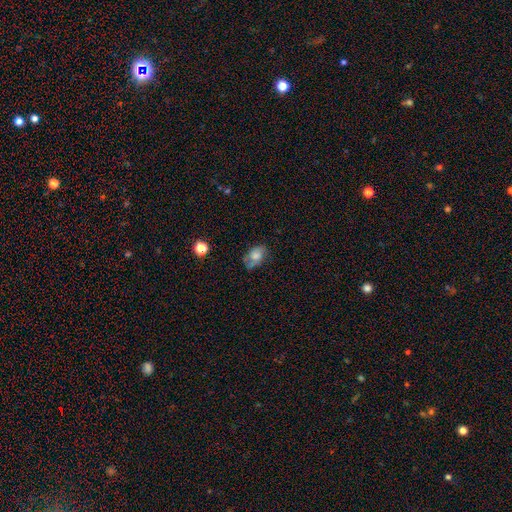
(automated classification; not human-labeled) Smooth or featured? Predicted: smooth (p=0.63). How rounded? Predicted: in between (p=0.82). Merging? Predicted: none (p=0.54).